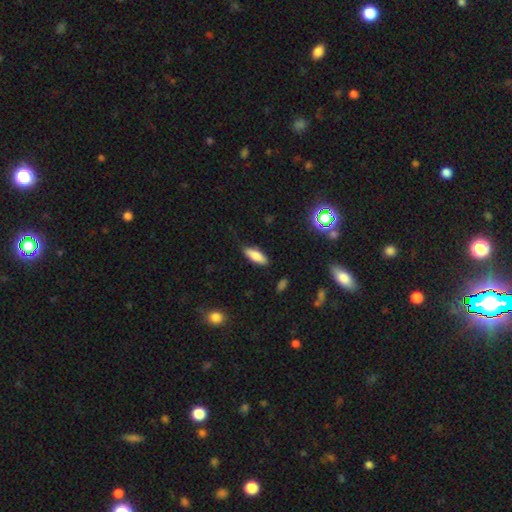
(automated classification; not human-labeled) Q: Smooth or featured?
A: smooth (80%); runner-up: featured or disk (13%)
Q: How rounded?
A: in between (65%); runner-up: cigar-shaped (33%)
Q: Merging?
A: none (79%); runner-up: minor disturbance (16%)